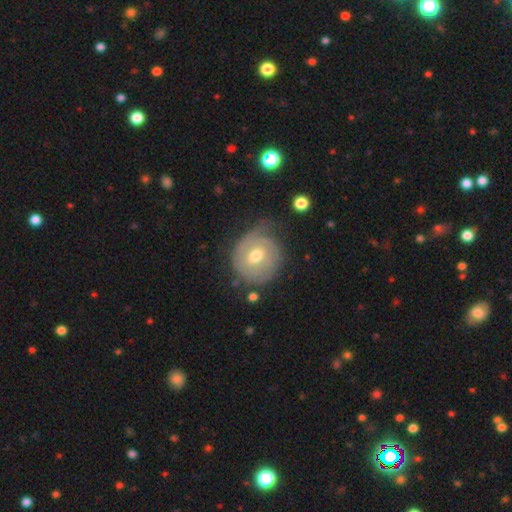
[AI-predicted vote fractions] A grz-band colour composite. It shows a featured or disk galaxy (64%) with no bar (49%), spiral arms (76%) and a moderate central bulge (72%). Merging: none (59%).